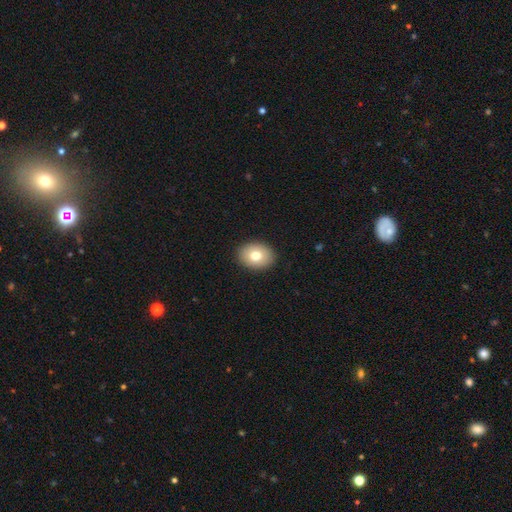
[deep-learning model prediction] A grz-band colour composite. It shows a smooth galaxy with no disk features (77%) that is in between round and cigar-shaped (62%). Merging: none (90%).